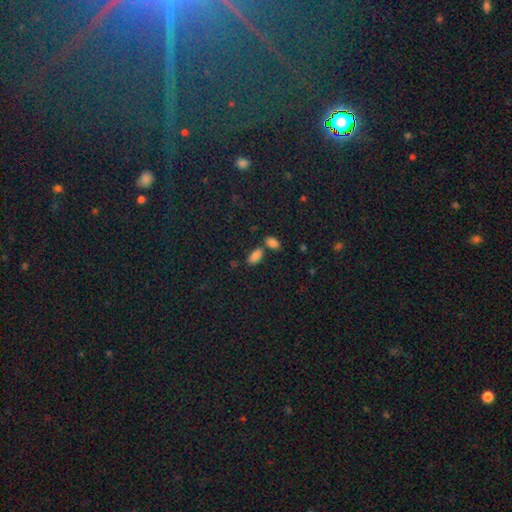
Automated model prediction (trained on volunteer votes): smooth_or_featured: smooth (p=0.84) [alt: star or artifact p=0.11]
how_rounded: in between (p=0.91) [alt: cigar-shaped p=0.05]
merging: none (p=0.59) [alt: merger p=0.26]